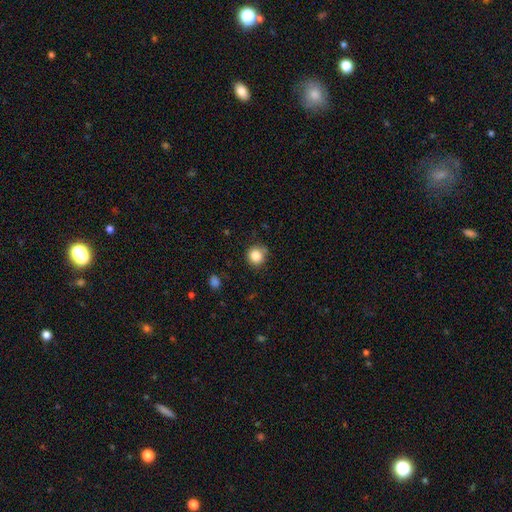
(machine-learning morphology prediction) This appears to be a smooth galaxy with no disk features (84%) that is round (90%). Merging: none (80%).